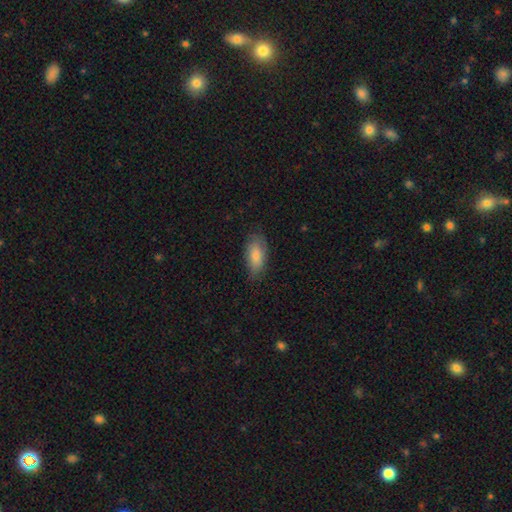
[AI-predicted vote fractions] This is likely a smooth galaxy (80%). How rounded: clearly in between (86%). Merging: likely none (79%).